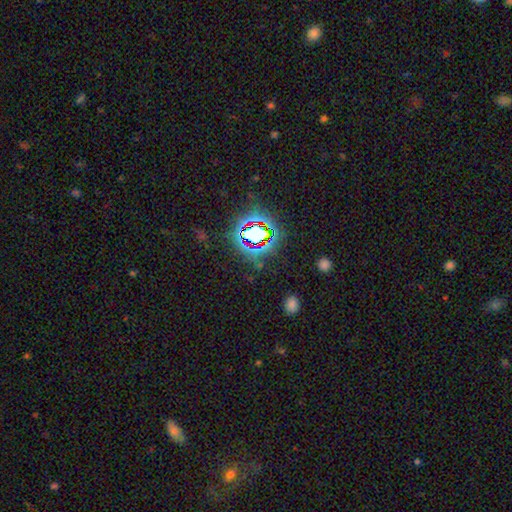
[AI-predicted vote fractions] Morphology: type=star or artifact (80%).